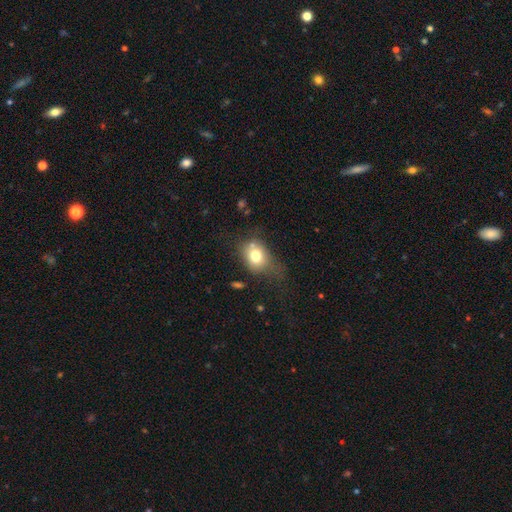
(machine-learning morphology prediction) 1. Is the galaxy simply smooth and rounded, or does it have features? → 73% smooth, 16% featured or disk, 11% star or artifact.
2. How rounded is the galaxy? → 50% in between, 49% round, 1% cigar-shaped.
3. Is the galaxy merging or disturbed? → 44% none, 30% minor disturbance, 18% major disturbance, 9% merger.